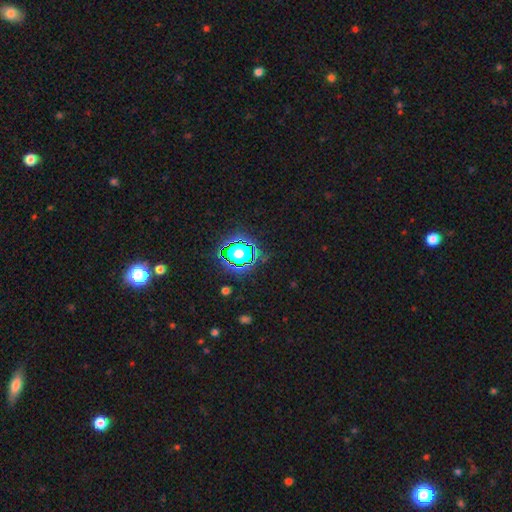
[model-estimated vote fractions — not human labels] Overall: star or artifact (79%).